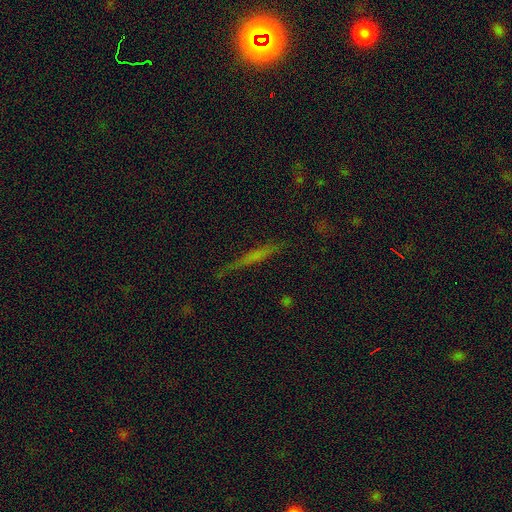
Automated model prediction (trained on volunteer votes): smooth 44%, featured or disk 43%, star or artifact 13%. Down the decision tree: merging — none (82%).